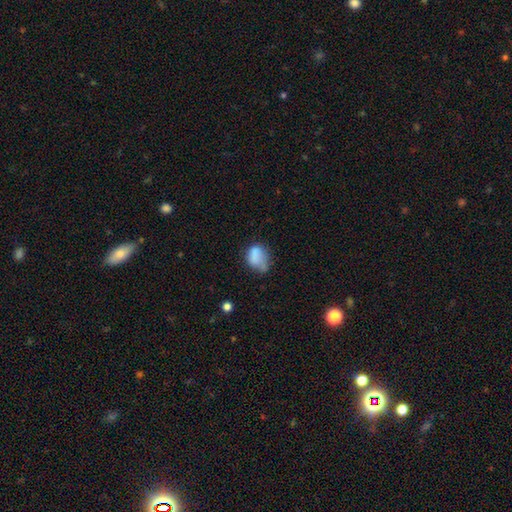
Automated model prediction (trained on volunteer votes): smooth 75%, featured or disk 14%, star or artifact 10%. Down the decision tree: how rounded — in between (75%); merging — minor disturbance (38%).